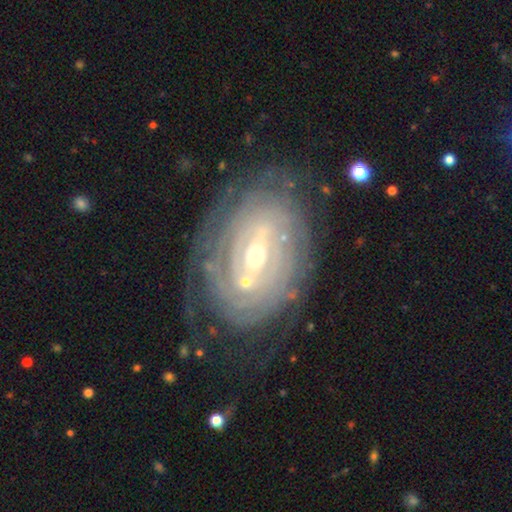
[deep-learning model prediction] Morphology: type=featured or disk (83%); edge-on=no (94%); bar=weak (47%); spiral arms=yes (89%); winding=tight (80%); arm count=can't tell (50%); bulge=moderate (52%); merging=none (72%).